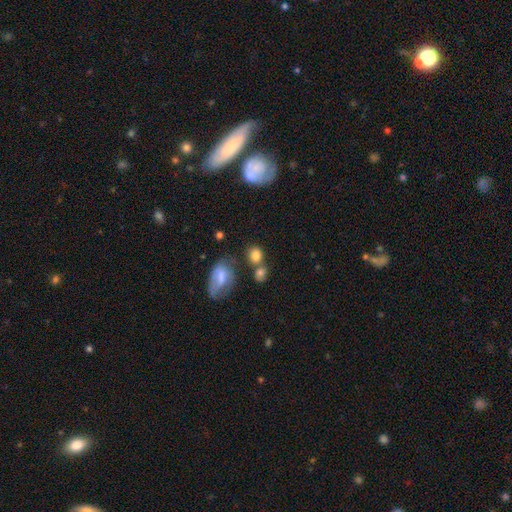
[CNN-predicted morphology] The model was most divided on "how rounded": round: 60%, in between: 38%, cigar-shaped: 2%. More confident: smooth or featured — smooth (81%); merging — none (53%).